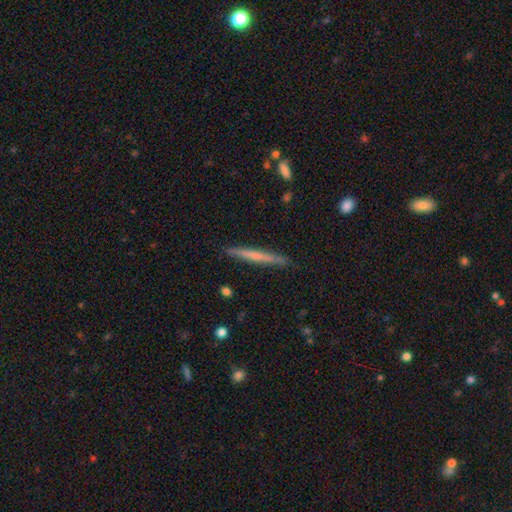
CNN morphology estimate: A smooth galaxy with no disk features (53%) that is cigar-shaped (97%). Merging: none (89%).